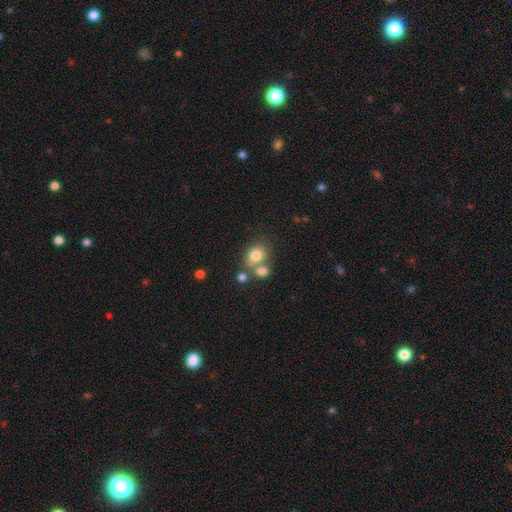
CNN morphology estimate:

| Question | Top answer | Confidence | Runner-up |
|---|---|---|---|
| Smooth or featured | smooth | 77% | star or artifact (12%) |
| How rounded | round | 57% | in between (42%) |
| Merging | none | 47% | merger (36%) |